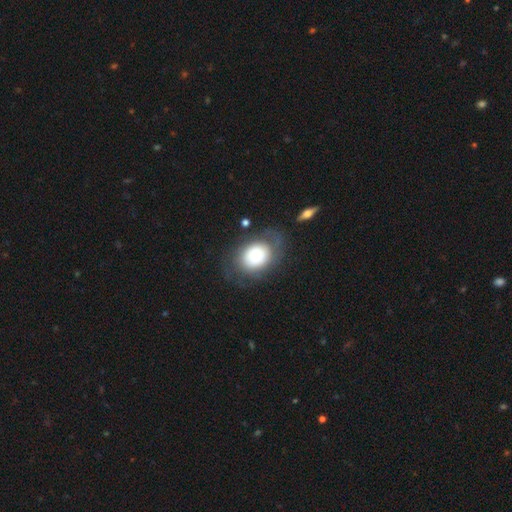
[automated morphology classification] smooth_or_featured: smooth (p=0.66) [alt: featured or disk p=0.25]
how_rounded: in between (p=0.61) [alt: round p=0.38]
merging: none (p=0.59) [alt: minor disturbance p=0.22]